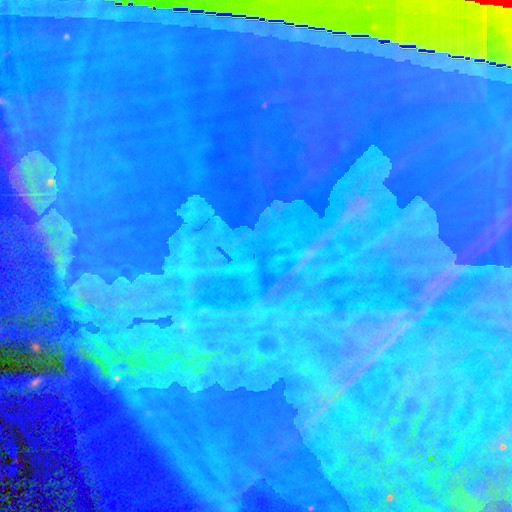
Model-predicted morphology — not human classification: smooth-or-featured: star or artifact: 85% | featured or disk: 9% | smooth: 6%